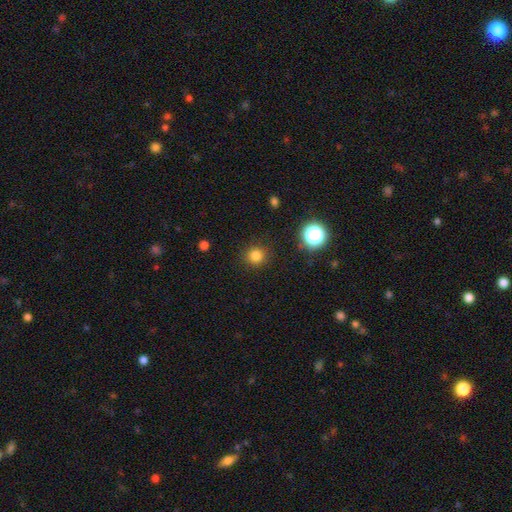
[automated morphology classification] Smooth or featured? smooth (80%)
How rounded? round (94%)
Merging? none (90%)